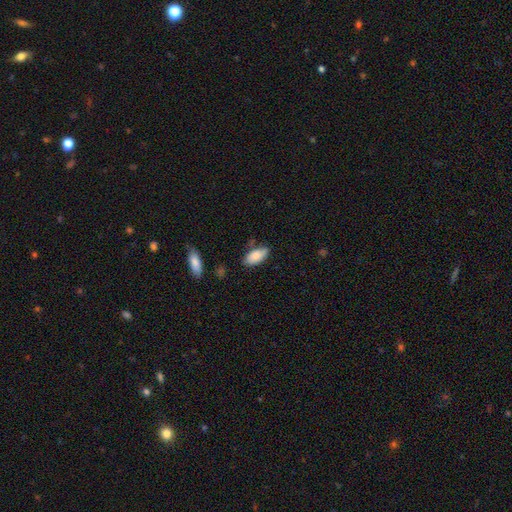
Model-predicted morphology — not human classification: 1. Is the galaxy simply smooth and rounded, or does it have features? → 81% smooth, 12% featured or disk, 6% star or artifact.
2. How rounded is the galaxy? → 91% in between, 7% cigar-shaped, 2% round.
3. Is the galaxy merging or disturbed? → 68% none, 24% minor disturbance, 4% major disturbance, 4% merger.